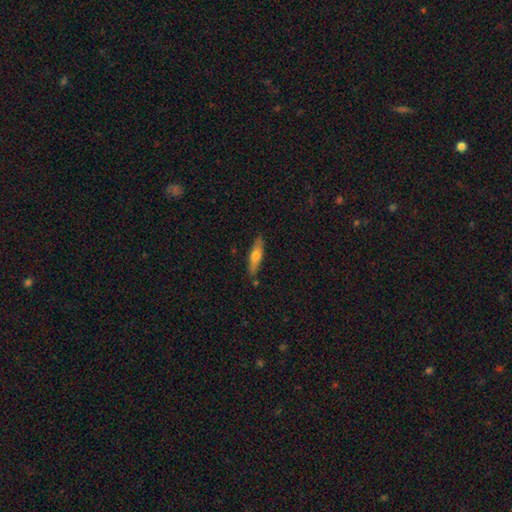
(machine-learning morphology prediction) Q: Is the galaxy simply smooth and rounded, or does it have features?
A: smooth — 58%.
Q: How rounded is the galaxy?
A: cigar-shaped — 71%.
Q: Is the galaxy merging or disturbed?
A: none — 81%.